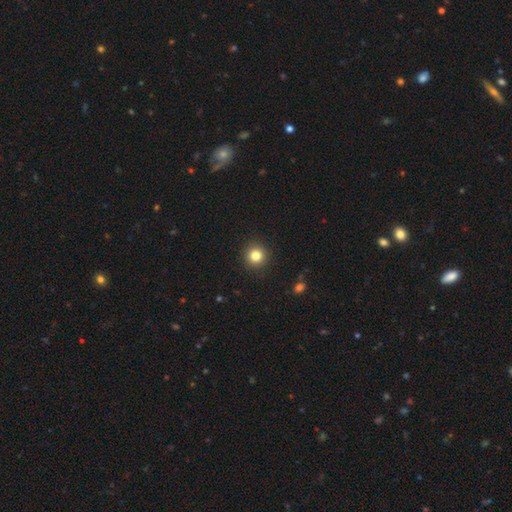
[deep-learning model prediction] smooth 82%, star or artifact 12%, featured or disk 6%. Down the decision tree: how rounded — round (94%); merging — none (92%).